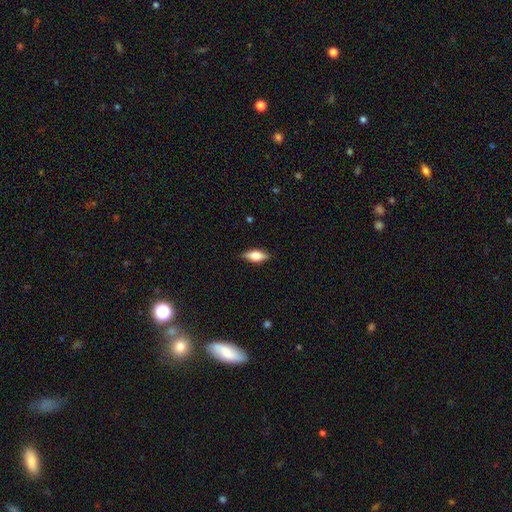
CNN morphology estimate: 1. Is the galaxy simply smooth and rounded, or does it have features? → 61% smooth, 32% featured or disk, 7% star or artifact.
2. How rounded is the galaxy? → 76% in between, 20% cigar-shaped, 4% round.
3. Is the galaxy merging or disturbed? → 84% none, 13% minor disturbance, 3% major disturbance, 1% merger.